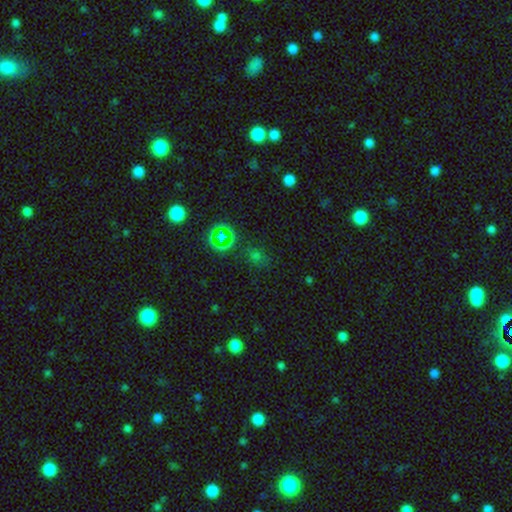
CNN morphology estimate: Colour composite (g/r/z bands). It shows a smooth galaxy with no disk features (52%) that is round (76%). Merging: none (75%).